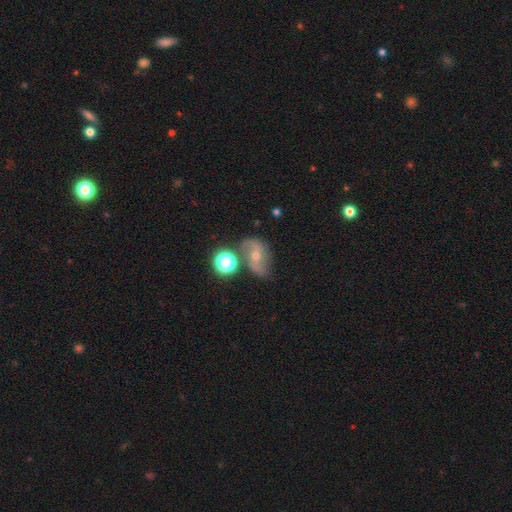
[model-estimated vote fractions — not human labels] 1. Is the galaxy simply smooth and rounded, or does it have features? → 58% featured or disk, 25% smooth, 17% star or artifact.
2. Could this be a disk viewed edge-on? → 95% no, 5% yes.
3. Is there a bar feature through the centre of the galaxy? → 55% no, 31% weak, 13% strong.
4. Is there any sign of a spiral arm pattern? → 81% yes, 19% no.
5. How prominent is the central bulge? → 53% small, 42% moderate, 2% large, 2% none, 1% dominant.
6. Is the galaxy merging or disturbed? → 59% none, 19% minor disturbance, 12% merger, 10% major disturbance.